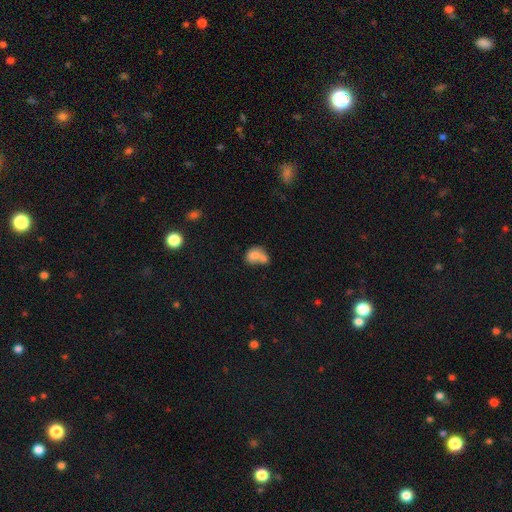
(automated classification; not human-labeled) The model was most divided on "how rounded": in between: 53%, round: 46%, cigar-shaped: 1%. More confident: smooth or featured — smooth (73%); merging — merger (60%).